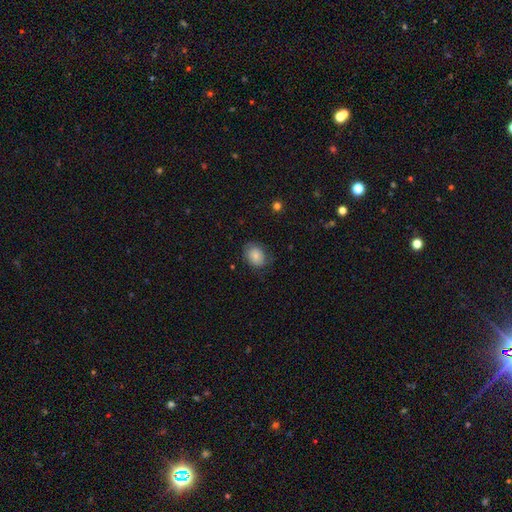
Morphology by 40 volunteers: smooth 85%, featured or disk 8%, star or artifact 8%. Down the decision tree: how rounded — round (50%, tied with in between); merging — none (49%).